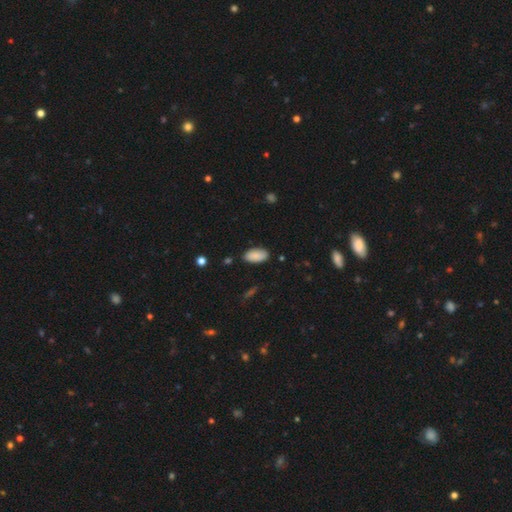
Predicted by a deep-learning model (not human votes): Smooth or featured? smooth (88%)
How rounded? in between (95%)
Merging? none (85%)